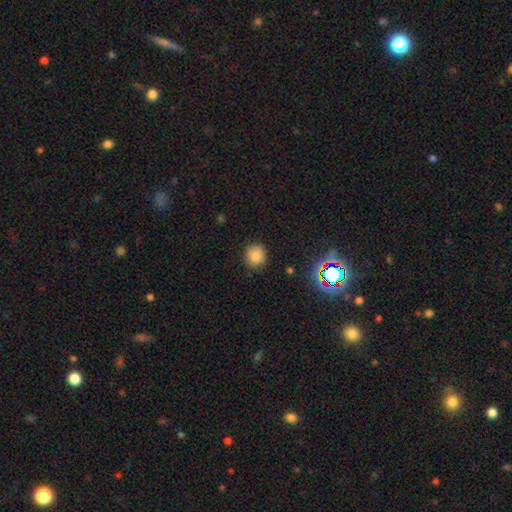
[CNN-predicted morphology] smooth-or-featured: smooth: 83% | star or artifact: 12% | featured or disk: 4%
  how-rounded: round: 88% | in between: 11% | cigar-shaped: 1%
  merging: none: 88% | minor disturbance: 9% | major disturbance: 2% | merger: 1%